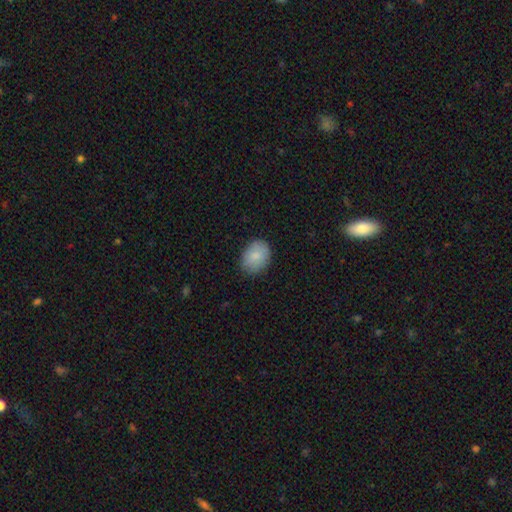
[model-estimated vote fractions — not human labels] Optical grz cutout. It shows a smooth galaxy with no disk features (85%) that is in between round and cigar-shaped (65%). Merging: none (83%).